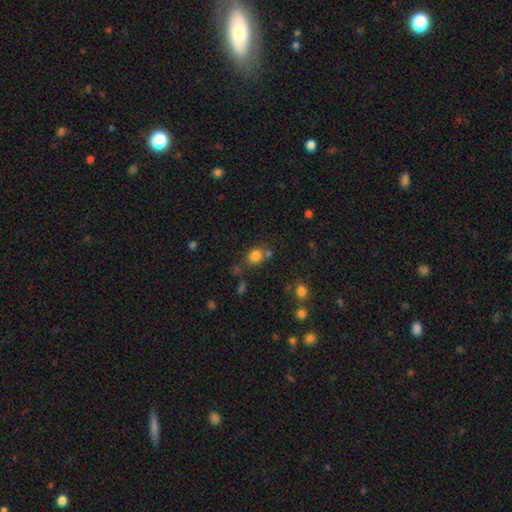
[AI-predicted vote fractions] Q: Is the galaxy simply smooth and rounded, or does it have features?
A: smooth — 80%.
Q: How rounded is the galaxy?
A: round — 80%.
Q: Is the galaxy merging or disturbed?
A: none — 64%.